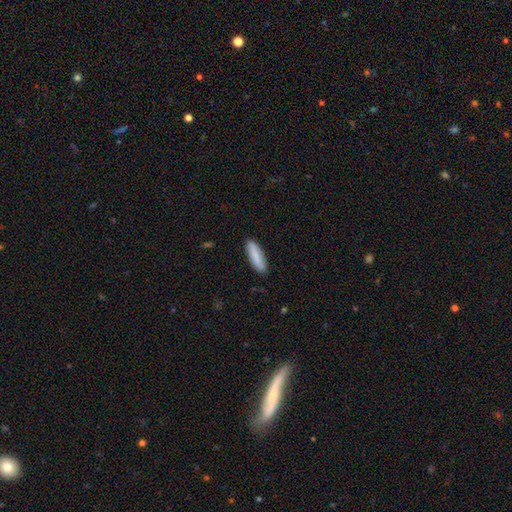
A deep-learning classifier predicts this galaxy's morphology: Smooth or featured? smooth (84%)
How rounded? cigar-shaped (63%)
Merging? none (88%)